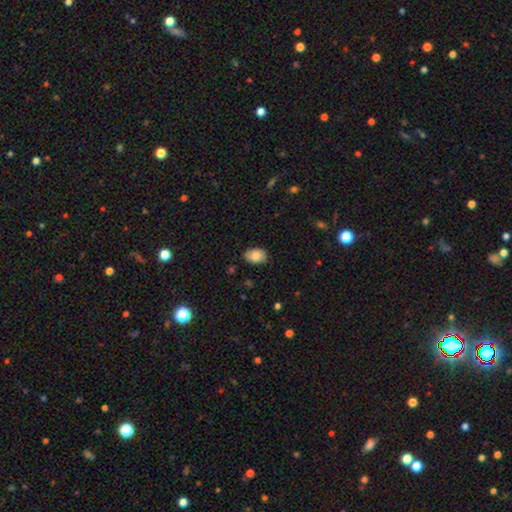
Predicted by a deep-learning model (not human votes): Smooth or featured: smooth — 84% (featured or disk — 8%)
How rounded: in between — 79% (round — 20%)
Merging: none — 82% (minor disturbance — 14%)